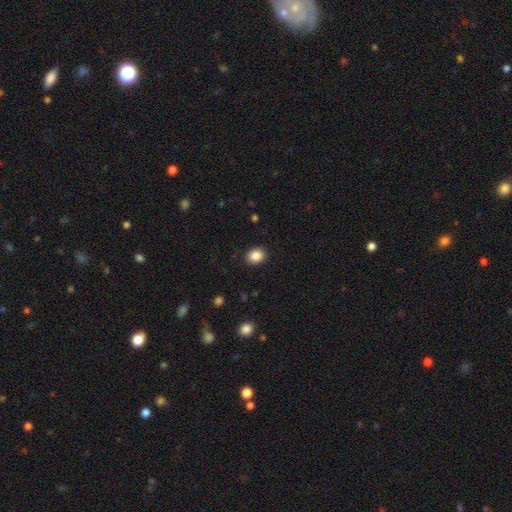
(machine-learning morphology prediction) This appears to be a smooth galaxy with no disk features (87%) that is round (59%). Merging: none (90%).